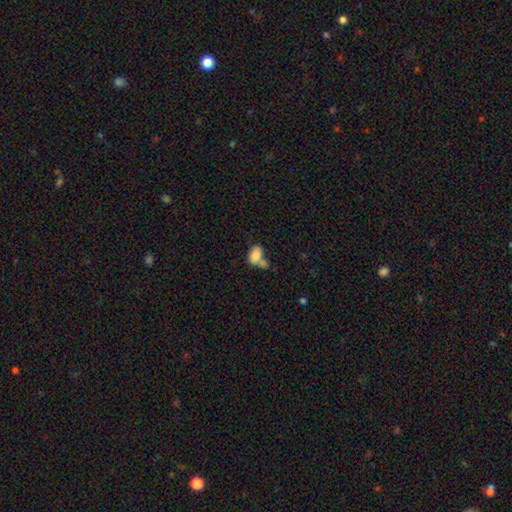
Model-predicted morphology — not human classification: Smooth or featured: smooth — 80% (featured or disk — 11%)
How rounded: in between — 86% (round — 12%)
Merging: merger — 47% (none — 32%)